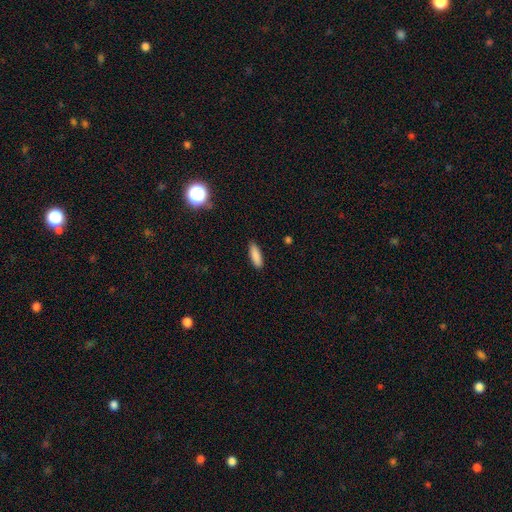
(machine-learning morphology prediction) Smooth or featured: smooth — 88% (star or artifact — 7%)
How rounded: in between — 52% (cigar-shaped — 47%)
Merging: none — 88% (minor disturbance — 9%)